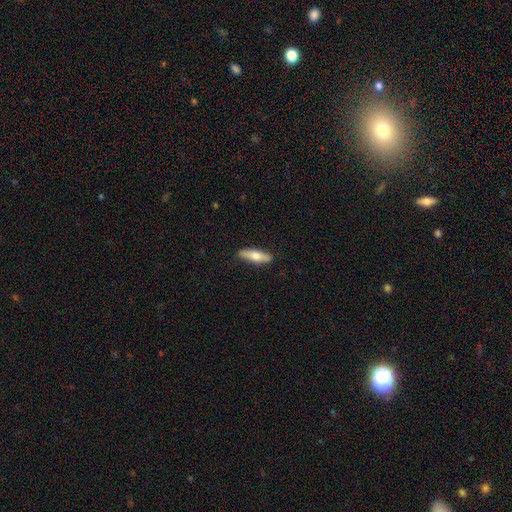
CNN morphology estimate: Smooth or featured: smooth — 63% (featured or disk — 32%)
How rounded: cigar-shaped — 63% (in between — 35%)
Merging: none — 87% (minor disturbance — 10%)